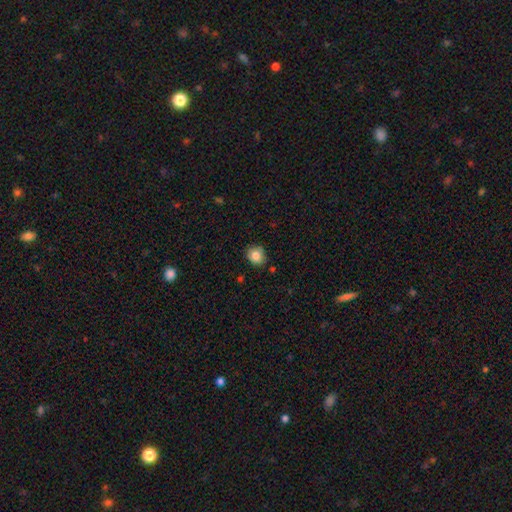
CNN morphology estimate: Smooth or featured: smooth — 83% (star or artifact — 10%)
How rounded: round — 78% (in between — 21%)
Merging: none — 84% (minor disturbance — 12%)